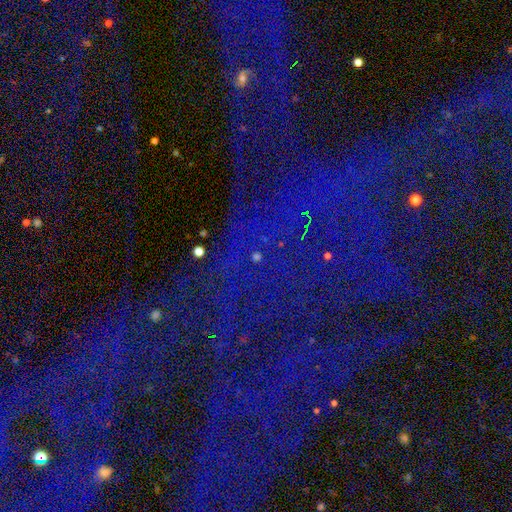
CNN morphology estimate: The model was most divided on "smooth or featured": star or artifact: 82%, featured or disk: 9%, smooth: 9%.